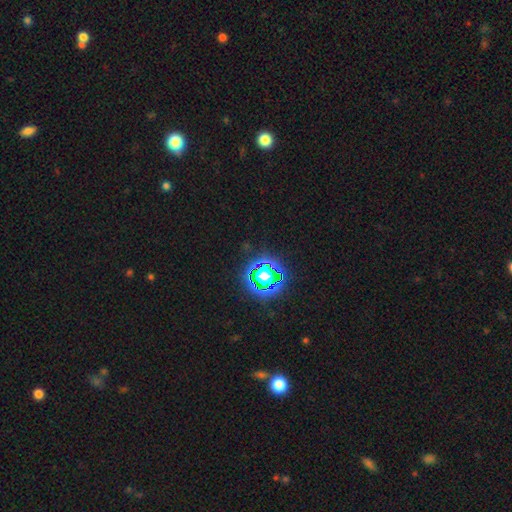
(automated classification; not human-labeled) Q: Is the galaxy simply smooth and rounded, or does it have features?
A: star or artifact — 81%.